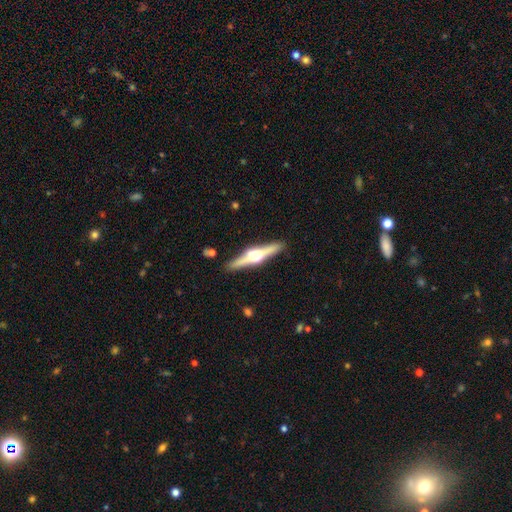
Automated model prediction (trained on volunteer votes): featured or disk 78%, smooth 17%, star or artifact 5%. Down the decision tree: edge-on disk — yes (98%); edge-on bulge — rounded (96%); merging — none (89%).